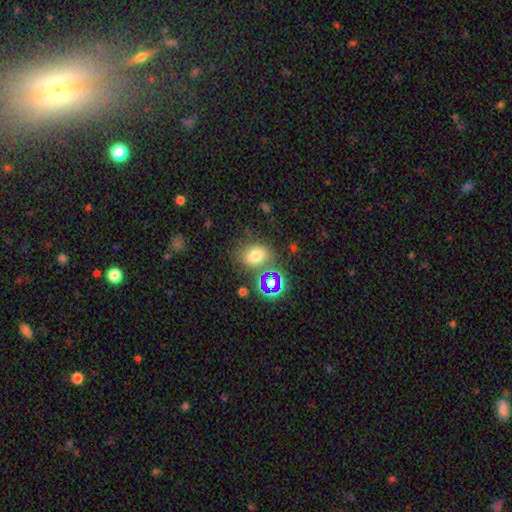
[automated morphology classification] Overall: smooth (67%). How rounded: in between (54%; round 45%). Merging: none (65%).